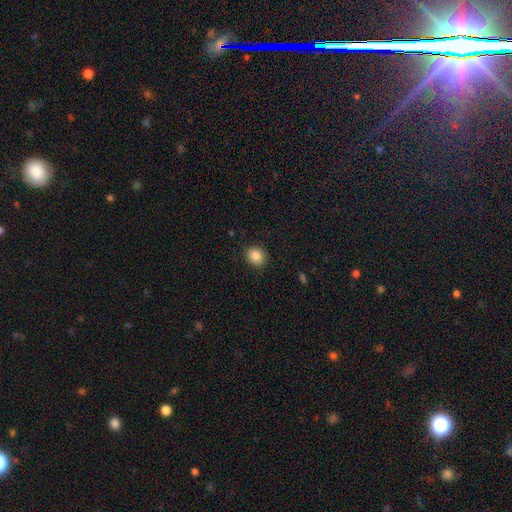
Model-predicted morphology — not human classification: Smooth or featured?
  - smooth: 85% *
  - star or artifact: 9%
  - featured or disk: 6%
How rounded?
  - round: 70% *
  - in between: 29%
  - cigar-shaped: 1%
Merging?
  - none: 89% *
  - minor disturbance: 8%
  - major disturbance: 2%
  - merger: 1%